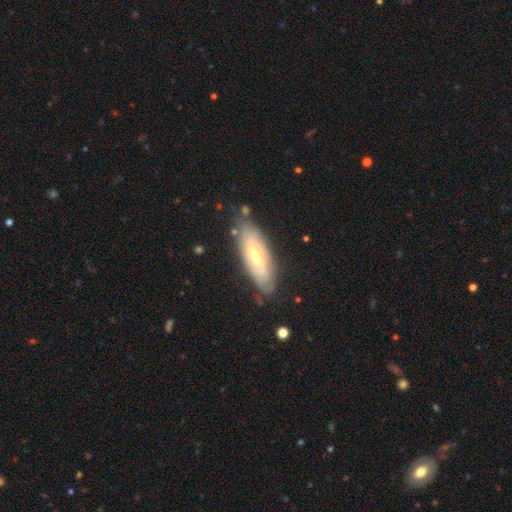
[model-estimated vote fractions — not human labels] A featured or disk galaxy (66%).

Vote fractions:
- Smooth or featured? featured or disk: 66% / smooth: 27% / star or artifact: 7%
- Edge-on disk? no: 74% / yes: 26%
- Merging? none: 77% / minor disturbance: 17% / major disturbance: 4% / merger: 2%